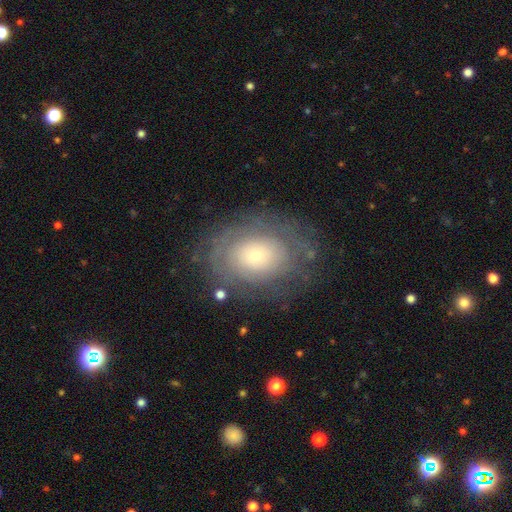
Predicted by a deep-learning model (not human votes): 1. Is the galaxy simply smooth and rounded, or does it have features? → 58% featured or disk, 34% smooth, 9% star or artifact.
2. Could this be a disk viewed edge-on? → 96% no, 4% yes.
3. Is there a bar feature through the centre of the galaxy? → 88% no, 10% weak, 2% strong.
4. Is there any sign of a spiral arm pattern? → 62% yes, 38% no.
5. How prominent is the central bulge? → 60% small, 28% moderate, 8% large, 2% dominant, 2% none.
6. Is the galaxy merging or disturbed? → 72% none, 16% minor disturbance, 9% major disturbance, 2% merger.